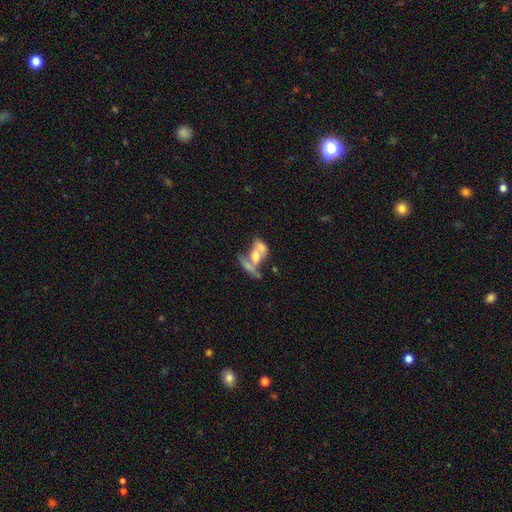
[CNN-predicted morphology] type=smooth (47%); merging=merger (69%).